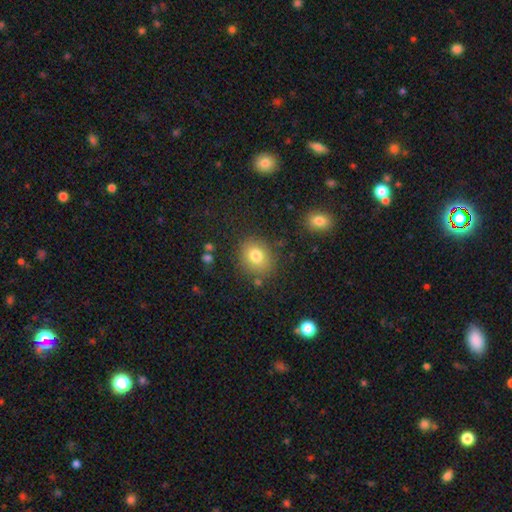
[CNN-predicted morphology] A smooth galaxy with no disk features (79%) that is round (65%). Merging: none (81%).